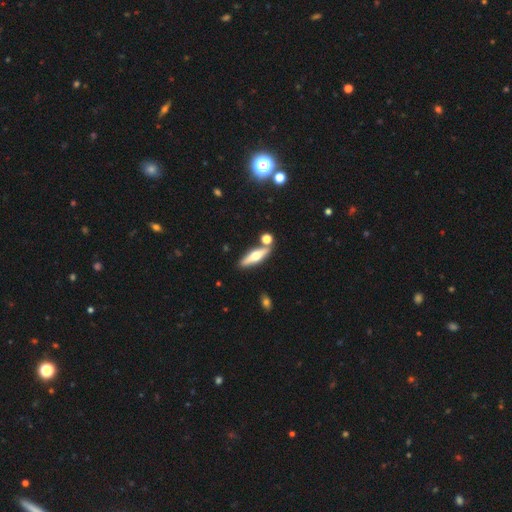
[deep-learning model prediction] smooth_or_featured: featured or disk (p=0.53) [alt: smooth p=0.40]
disk_edge_on: yes (p=0.90) [alt: no p=0.10]
merging: none (p=0.77) [alt: merger p=0.11]